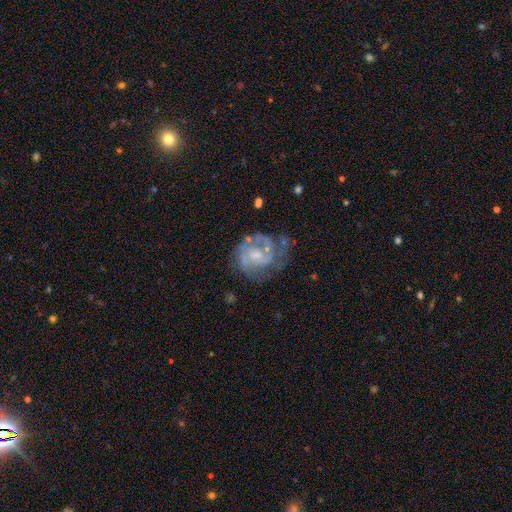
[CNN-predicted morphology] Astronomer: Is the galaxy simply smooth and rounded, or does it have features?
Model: featured or disk — 78%.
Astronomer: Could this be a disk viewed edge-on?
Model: no — 98%.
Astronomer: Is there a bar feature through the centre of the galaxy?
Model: no — 63%.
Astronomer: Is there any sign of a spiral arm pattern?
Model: yes — 86%.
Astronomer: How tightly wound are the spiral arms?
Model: tight — 46% (runner-up: medium, 40%).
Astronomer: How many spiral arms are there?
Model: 2 — 43% (runner-up: can't tell, 26%).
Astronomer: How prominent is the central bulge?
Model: small — 50% (runner-up: moderate, 34%).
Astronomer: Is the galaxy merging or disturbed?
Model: none — 54%.